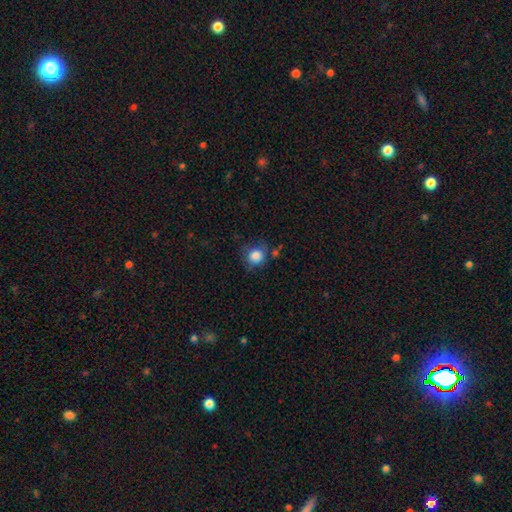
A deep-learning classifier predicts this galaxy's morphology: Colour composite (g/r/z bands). It shows a smooth galaxy with no disk features (83%) that is round (88%). Merging: none (68%).